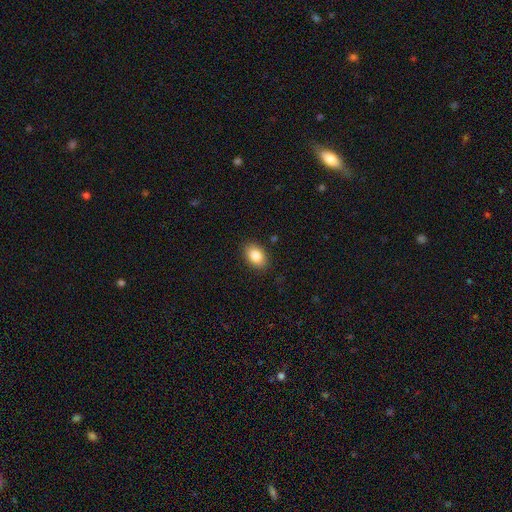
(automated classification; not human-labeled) The model was most divided on "how rounded": in between: 82%, round: 17%, cigar-shaped: 1%. More confident: merging — none (87%); smooth or featured — smooth (84%).